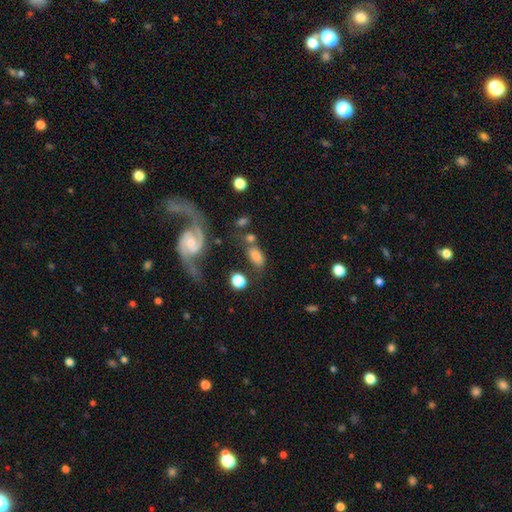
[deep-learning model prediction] This appears to be a smooth galaxy with no disk features (49%). Merging: none (52%).